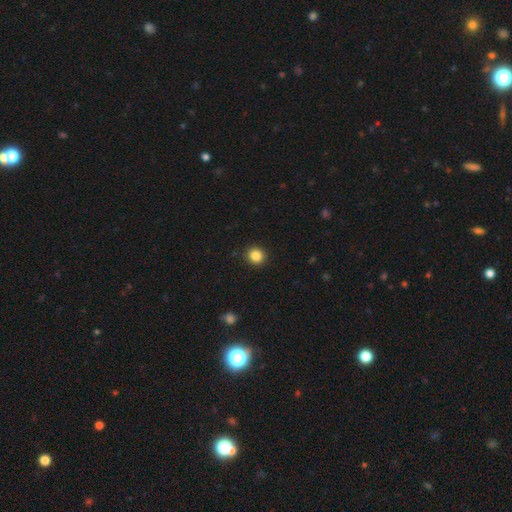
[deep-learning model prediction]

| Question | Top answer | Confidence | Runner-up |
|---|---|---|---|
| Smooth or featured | smooth | 85% | star or artifact (11%) |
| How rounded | round | 90% | in between (9%) |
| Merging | none | 92% | minor disturbance (5%) |